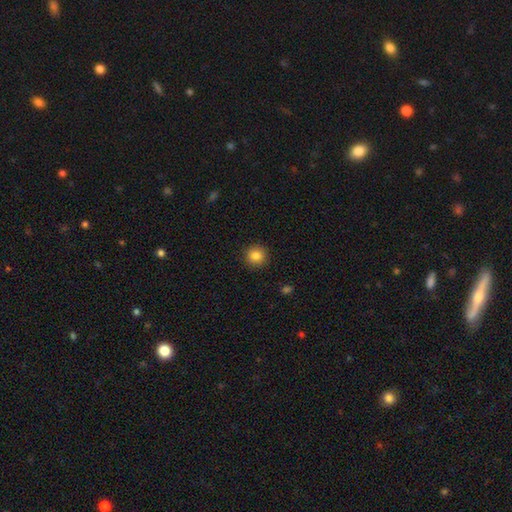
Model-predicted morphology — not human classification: Smooth or featured: smooth — 85% (star or artifact — 10%)
How rounded: round — 93% (in between — 6%)
Merging: none — 91% (minor disturbance — 6%)